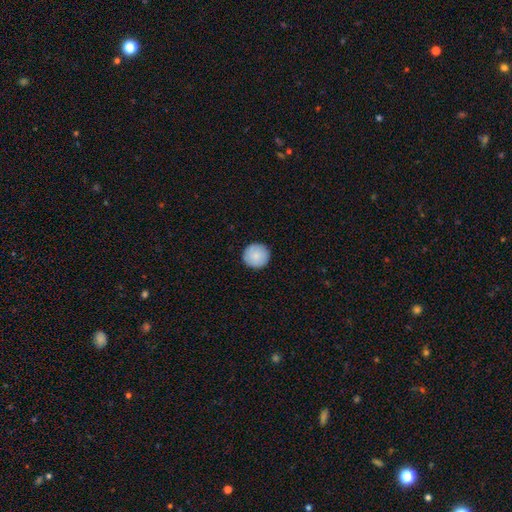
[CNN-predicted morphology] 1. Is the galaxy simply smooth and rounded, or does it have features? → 87% smooth, 7% featured or disk, 6% star or artifact.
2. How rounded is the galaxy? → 95% round, 4% in between, 1% cigar-shaped.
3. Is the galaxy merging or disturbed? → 92% none, 6% minor disturbance, 1% major disturbance, 1% merger.